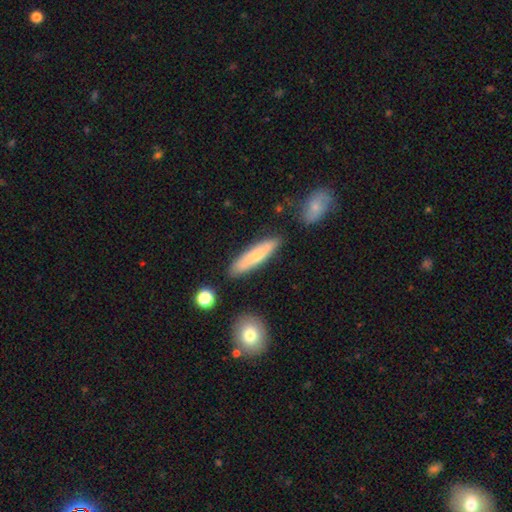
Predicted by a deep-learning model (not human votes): smooth_or_featured: smooth (p=0.70) [alt: featured or disk p=0.24]
how_rounded: cigar-shaped (p=0.81) [alt: in between p=0.17]
merging: none (p=0.84) [alt: minor disturbance p=0.10]